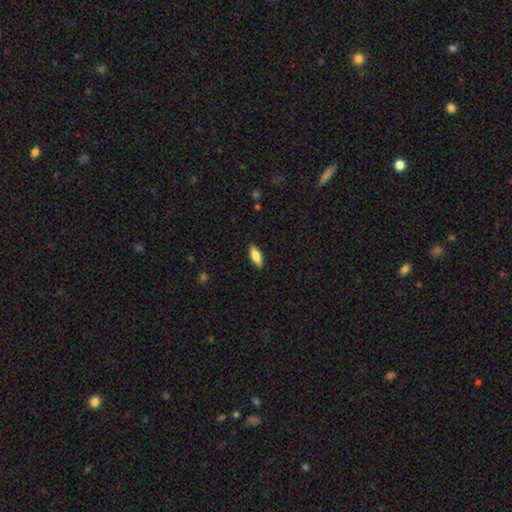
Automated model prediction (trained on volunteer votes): A smooth galaxy with no disk features (79%) that is in between round and cigar-shaped (66%).

Vote fractions:
- Smooth or featured? smooth: 79% / featured or disk: 14% / star or artifact: 6%
- How rounded? in between: 66% / cigar-shaped: 32% / round: 2%
- Merging? none: 88% / minor disturbance: 9% / major disturbance: 2% / merger: 1%